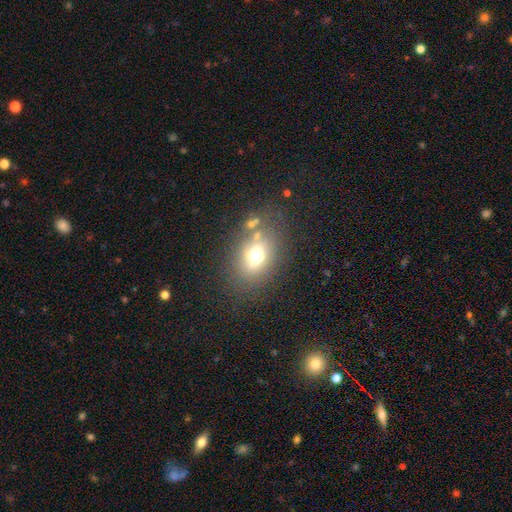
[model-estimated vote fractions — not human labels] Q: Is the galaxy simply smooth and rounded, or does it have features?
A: smooth — 61%.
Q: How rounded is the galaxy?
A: in between — 66%.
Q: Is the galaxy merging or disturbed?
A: none — 64%.